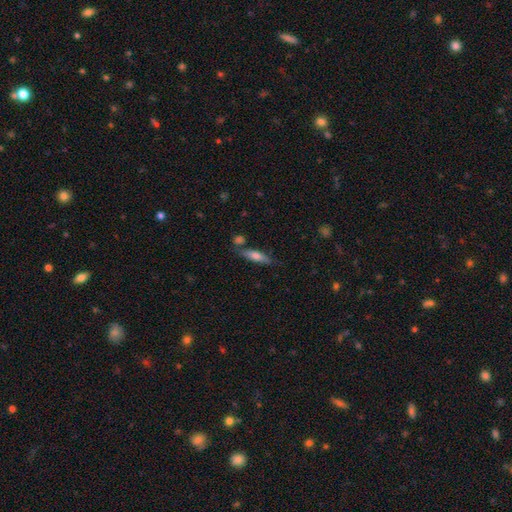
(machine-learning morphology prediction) A smooth galaxy with no disk features (59%) that is cigar-shaped (70%).

Vote fractions:
- Smooth or featured? smooth: 59% / featured or disk: 33% / star or artifact: 7%
- How rounded? cigar-shaped: 70% / in between: 27% / round: 2%
- Merging? none: 72% / minor disturbance: 15% / merger: 9% / major disturbance: 3%